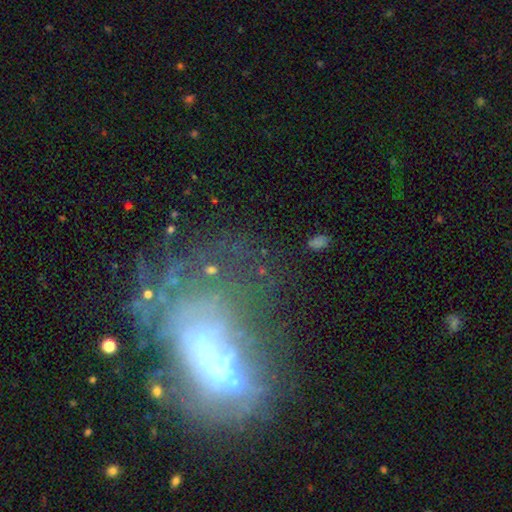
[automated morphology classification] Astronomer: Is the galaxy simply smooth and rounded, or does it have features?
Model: featured or disk — 56%.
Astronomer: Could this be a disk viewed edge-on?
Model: no — 94%.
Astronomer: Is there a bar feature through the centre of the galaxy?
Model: no — 74%.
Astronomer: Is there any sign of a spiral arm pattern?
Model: no — 80%.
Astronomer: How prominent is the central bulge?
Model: none — 31% (runner-up: moderate, 29%).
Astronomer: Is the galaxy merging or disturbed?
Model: major disturbance — 39% (runner-up: none, 24%).